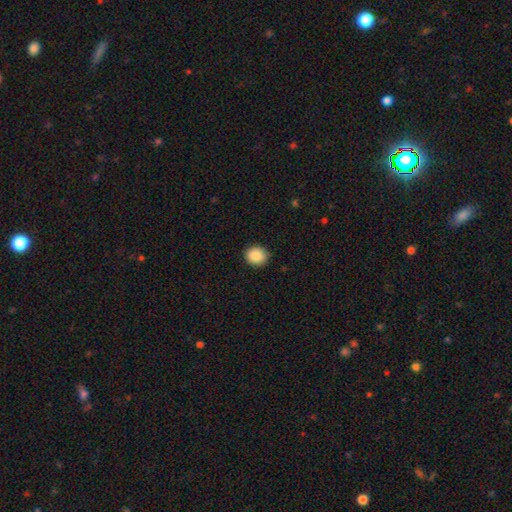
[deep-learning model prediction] Smooth or featured? smooth (89%)
How rounded? round (76%)
Merging? none (89%)